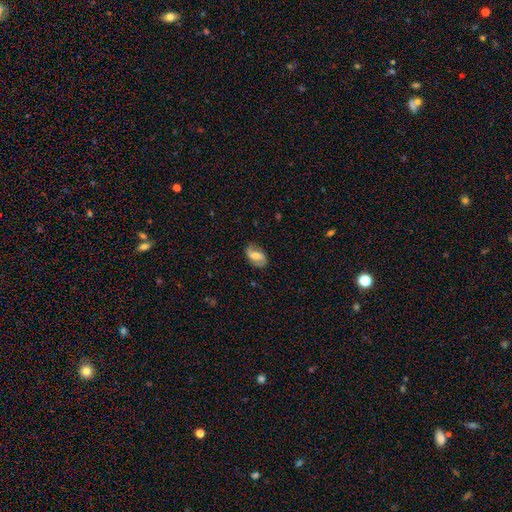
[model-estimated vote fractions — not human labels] smooth-or-featured: featured or disk: 52% | smooth: 40% | star or artifact: 7%
  disk-edge-on: no: 95% | yes: 5%
  merging: none: 75% | minor disturbance: 19% | major disturbance: 5% | merger: 1%